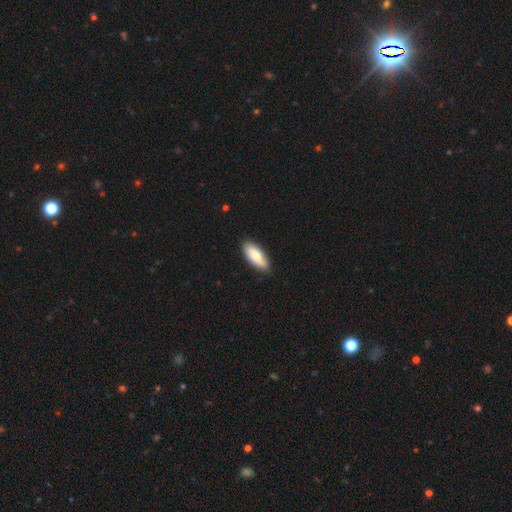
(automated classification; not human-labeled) Q: Smooth or featured?
A: smooth (77%); runner-up: featured or disk (18%)
Q: How rounded?
A: in between (80%); runner-up: cigar-shaped (18%)
Q: Merging?
A: none (87%); runner-up: minor disturbance (10%)